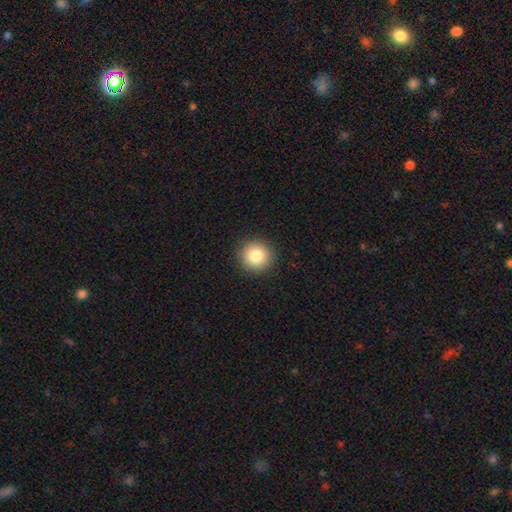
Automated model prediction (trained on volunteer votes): Smooth or featured? smooth (83%)
How rounded? round (93%)
Merging? none (92%)